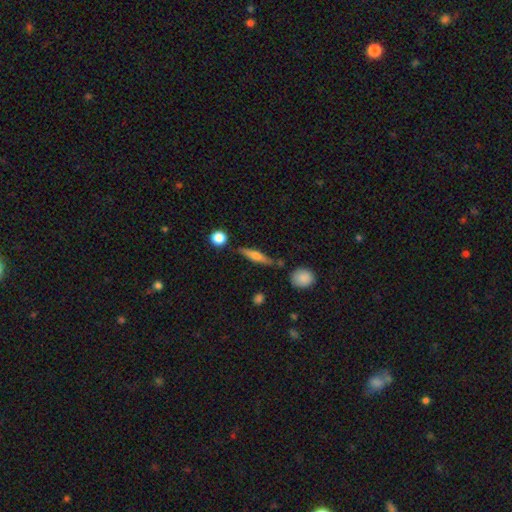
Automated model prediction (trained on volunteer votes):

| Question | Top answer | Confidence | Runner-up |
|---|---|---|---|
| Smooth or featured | smooth | 52% | featured or disk (41%) |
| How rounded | cigar-shaped | 78% | in between (18%) |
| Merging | none | 79% | minor disturbance (12%) |